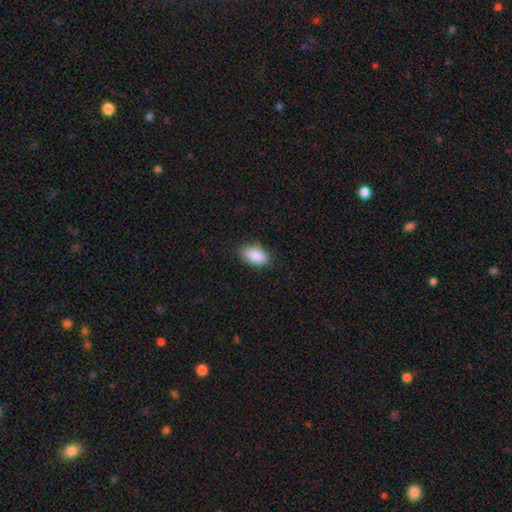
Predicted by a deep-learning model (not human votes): Smooth or featured: smooth — 88% (star or artifact — 7%)
How rounded: in between — 92% (round — 5%)
Merging: none — 78% (minor disturbance — 17%)